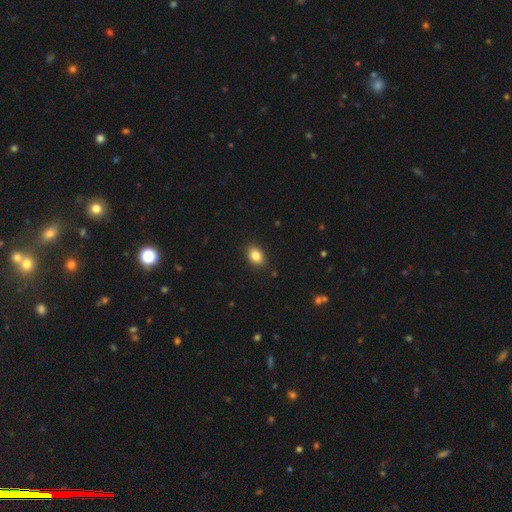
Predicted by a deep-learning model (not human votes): Smooth or featured: smooth — 85% (star or artifact — 9%)
How rounded: in between — 76% (round — 23%)
Merging: none — 88% (minor disturbance — 8%)